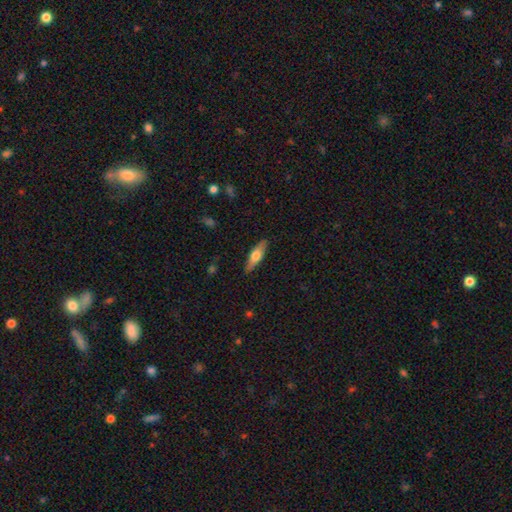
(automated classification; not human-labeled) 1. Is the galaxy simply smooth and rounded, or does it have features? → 54% smooth, 40% featured or disk, 6% star or artifact.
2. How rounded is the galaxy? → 60% cigar-shaped, 38% in between, 2% round.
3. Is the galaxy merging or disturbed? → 88% none, 9% minor disturbance, 2% major disturbance, 1% merger.